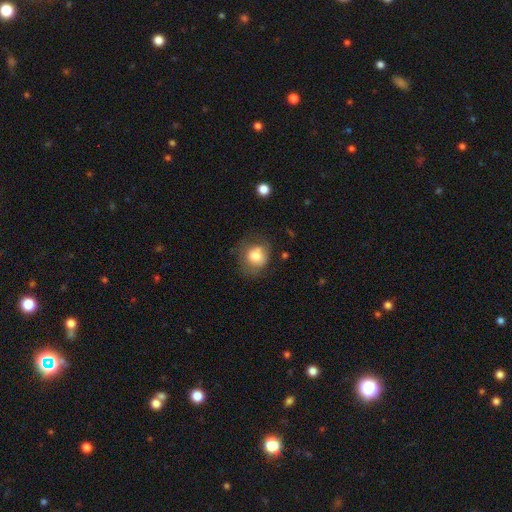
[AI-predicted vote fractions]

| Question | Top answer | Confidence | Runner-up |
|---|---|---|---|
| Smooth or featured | smooth | 75% | featured or disk (16%) |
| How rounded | round | 72% | in between (27%) |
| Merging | none | 55% | minor disturbance (26%) |